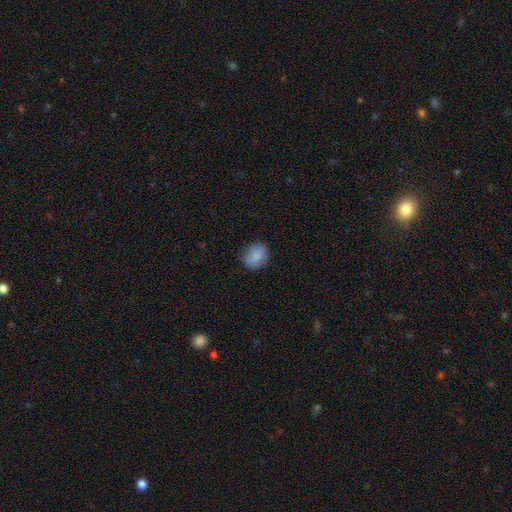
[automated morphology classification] Smooth or featured? Predicted: smooth (p=0.84). How rounded? Predicted: round (p=0.57). Merging? Predicted: none (p=0.79).